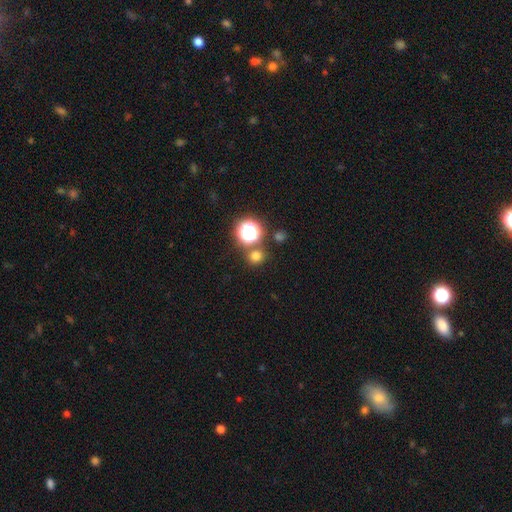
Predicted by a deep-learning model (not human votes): smooth 70%, star or artifact 24%, featured or disk 6%. Down the decision tree: how rounded — round (88%); merging — none (77%).